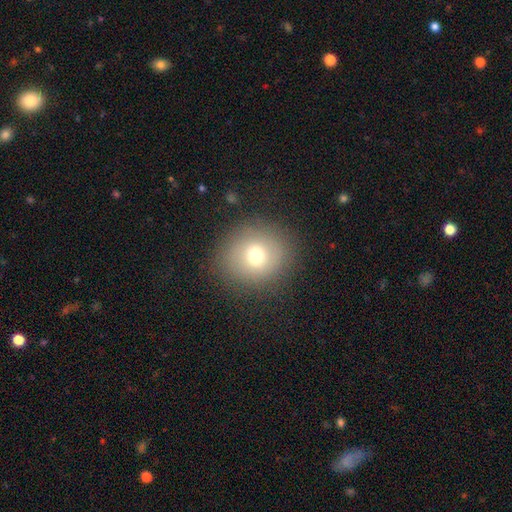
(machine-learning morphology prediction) A smooth galaxy with no disk features (69%) that is round (83%). Merging: none (85%).